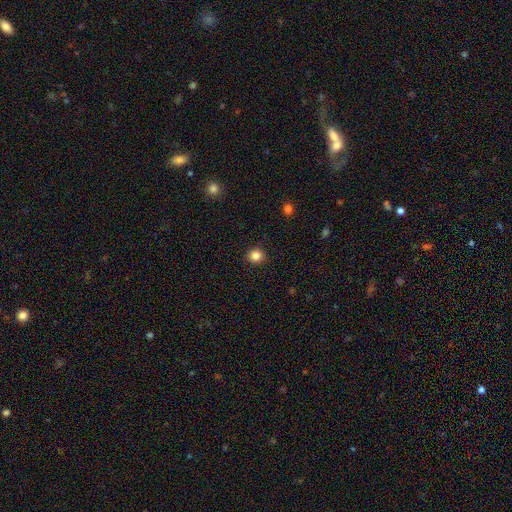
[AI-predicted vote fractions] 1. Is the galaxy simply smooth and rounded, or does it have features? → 85% smooth, 11% star or artifact, 4% featured or disk.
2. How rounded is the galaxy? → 91% round, 8% in between, 1% cigar-shaped.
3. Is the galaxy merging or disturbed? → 92% none, 5% minor disturbance, 2% major disturbance, 1% merger.